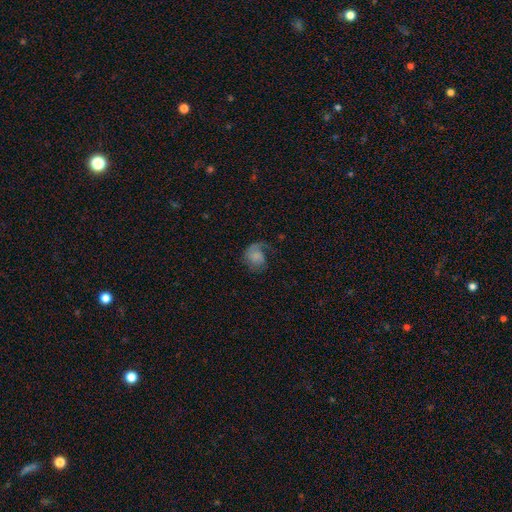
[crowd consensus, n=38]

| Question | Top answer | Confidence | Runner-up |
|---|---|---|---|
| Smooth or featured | featured or disk | 61% | smooth (37%) |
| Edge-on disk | no | 100% | — |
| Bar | no | 74% | weak (26%) |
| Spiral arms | yes | 91% | no (9%) |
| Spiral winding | loose | 48% | medium (43%) |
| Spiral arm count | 1 | 57% | can't tell (33%) |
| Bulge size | none | 52% | moderate (22%) |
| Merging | none | 41% | major disturbance (32%) |